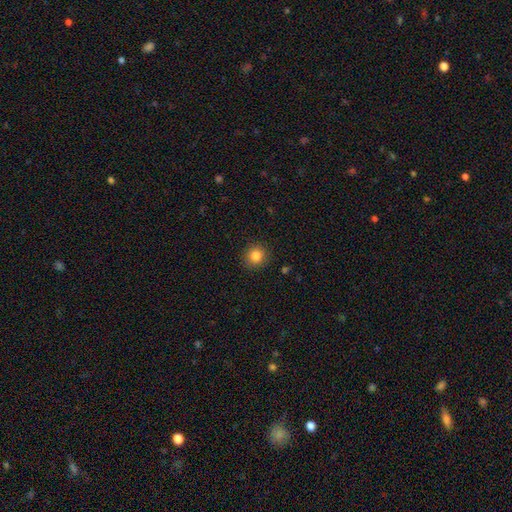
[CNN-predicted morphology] Smooth or featured: smooth — 84% (star or artifact — 11%)
How rounded: round — 90% (in between — 9%)
Merging: none — 90% (minor disturbance — 7%)